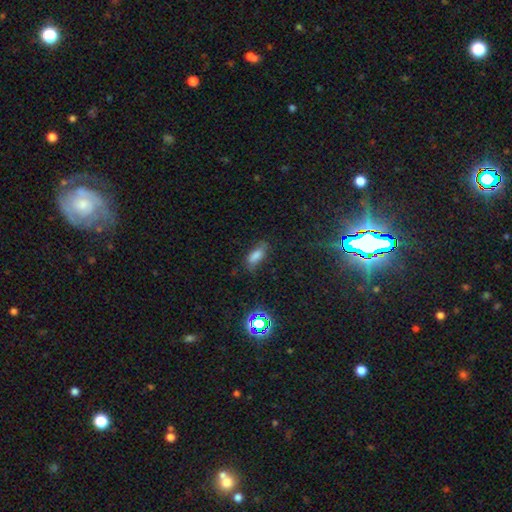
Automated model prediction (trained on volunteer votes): smooth 70%, star or artifact 17%, featured or disk 13%. Down the decision tree: how rounded — in between (77%); merging — none (63%).